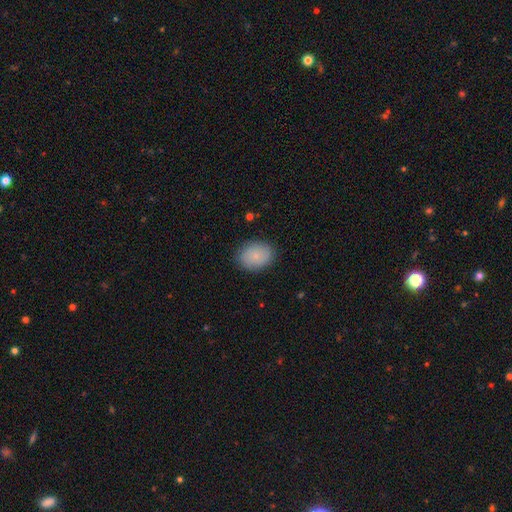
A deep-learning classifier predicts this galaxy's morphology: smooth_or_featured: smooth (p=0.82) [alt: featured or disk p=0.11]
how_rounded: in between (p=0.51) [alt: round p=0.48]
merging: none (p=0.87) [alt: minor disturbance p=0.10]